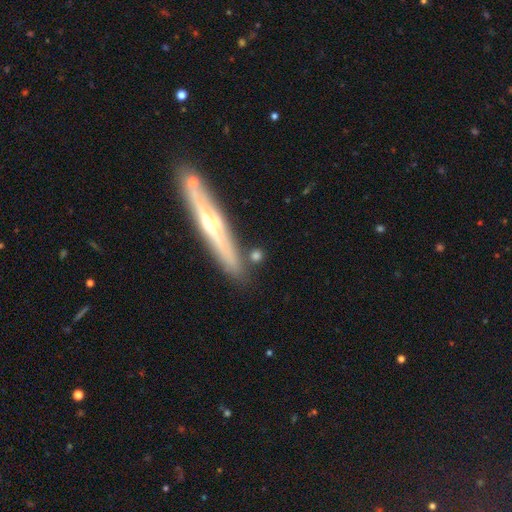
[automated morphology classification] This appears to be a smooth galaxy with no disk features (64%) that is round (50%). Merging: none (75%).